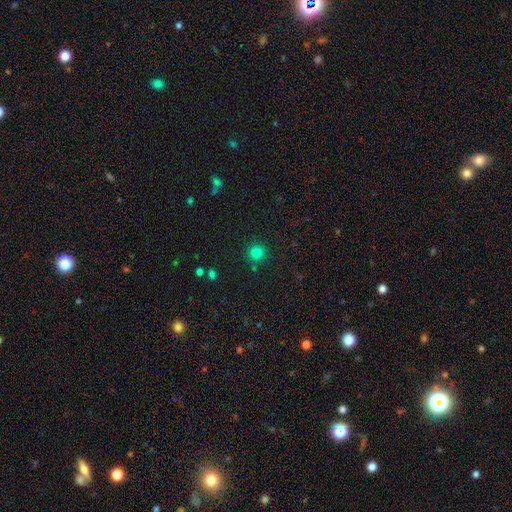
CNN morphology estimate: Smooth or featured? smooth (80%)
How rounded? round (94%)
Merging? none (87%)